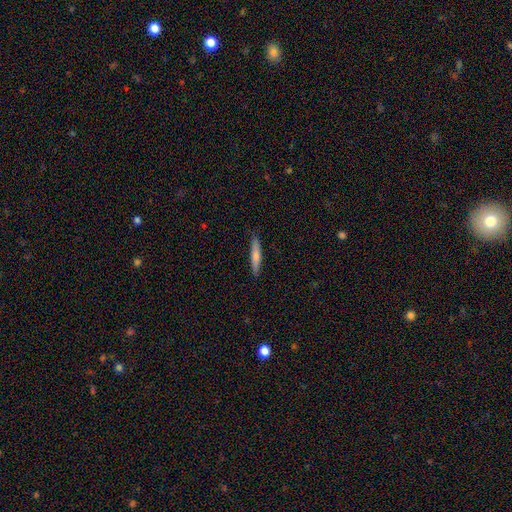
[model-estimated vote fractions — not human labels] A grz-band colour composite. It shows a smooth galaxy with no disk features (68%) that is cigar-shaped (90%). Merging: none (88%).